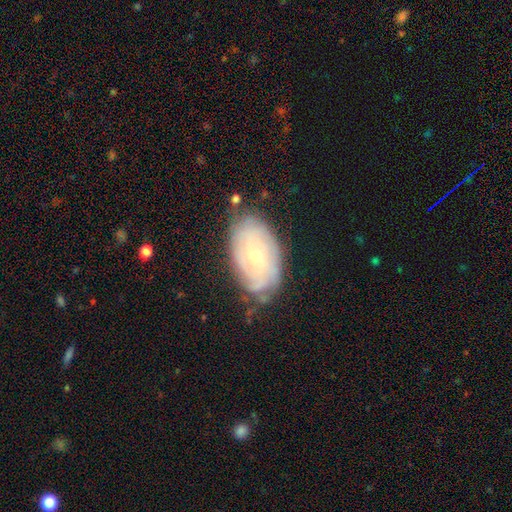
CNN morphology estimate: featured or disk 63%, smooth 29%, star or artifact 8%. Down the decision tree: edge-on disk — no (93%); bar — no (83%); spiral arms — yes (75%); bulge size — small (66%); merging — none (66%).